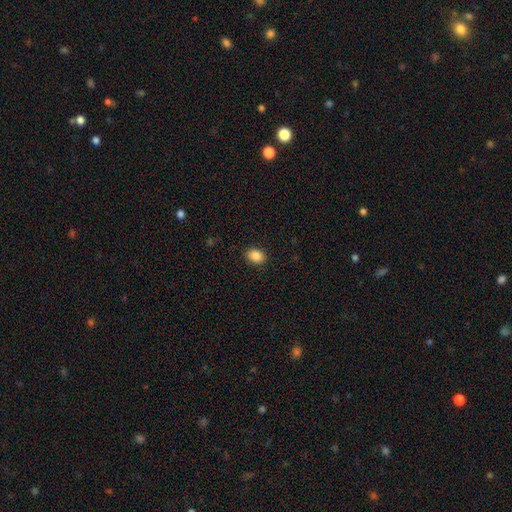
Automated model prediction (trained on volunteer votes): Smooth or featured?
  - smooth: 87% *
  - star or artifact: 9%
  - featured or disk: 4%
How rounded?
  - in between: 67% *
  - round: 32%
  - cigar-shaped: 1%
Merging?
  - none: 90% *
  - minor disturbance: 7%
  - major disturbance: 2%
  - merger: 1%